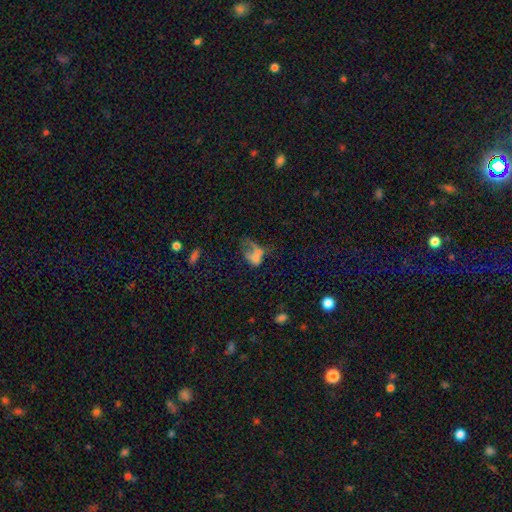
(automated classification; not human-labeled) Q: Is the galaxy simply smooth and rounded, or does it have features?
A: smooth — 50%.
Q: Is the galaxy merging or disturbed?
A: merger — 38%.